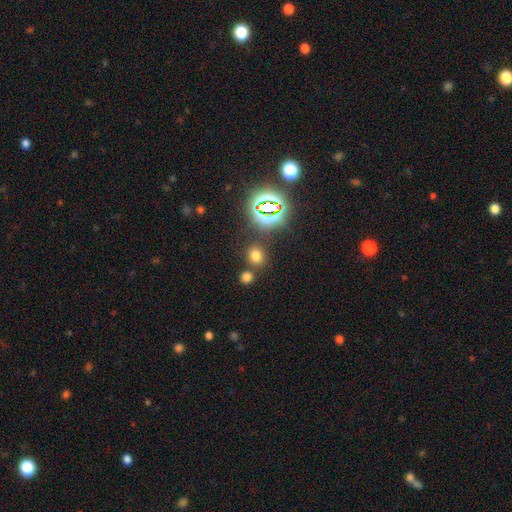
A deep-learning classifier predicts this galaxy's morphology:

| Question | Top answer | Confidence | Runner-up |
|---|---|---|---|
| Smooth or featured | smooth | 67% | star or artifact (27%) |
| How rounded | round | 70% | in between (29%) |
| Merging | none | 75% | merger (13%) |